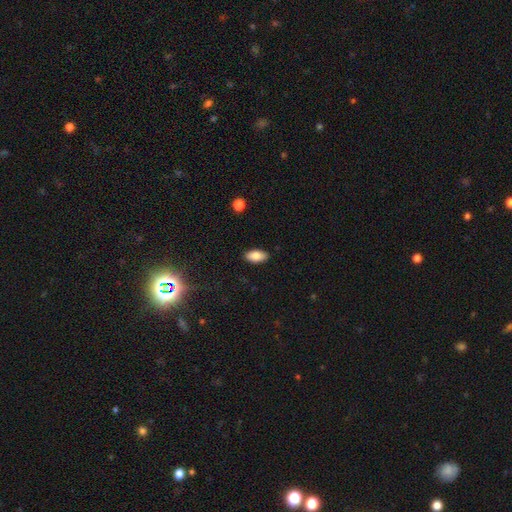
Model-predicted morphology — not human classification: smooth-or-featured: smooth: 82% | featured or disk: 11% | star or artifact: 7%
  how-rounded: in between: 93% | cigar-shaped: 5% | round: 3%
  merging: none: 88% | minor disturbance: 9% | major disturbance: 2% | merger: 1%